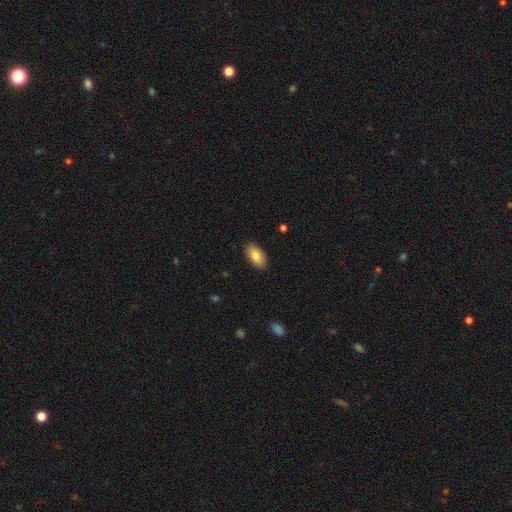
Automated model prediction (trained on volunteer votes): Overall: smooth (83%). How rounded: in between (94%). Merging: none (89%).